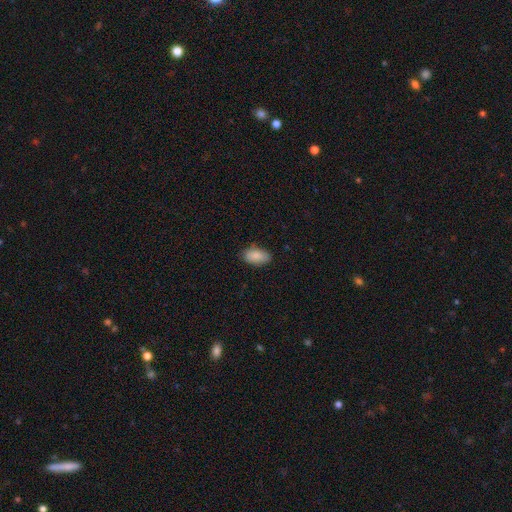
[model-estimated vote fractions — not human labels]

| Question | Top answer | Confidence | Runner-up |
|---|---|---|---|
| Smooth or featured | smooth | 88% | star or artifact (7%) |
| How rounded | in between | 93% | round (4%) |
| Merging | none | 78% | minor disturbance (18%) |